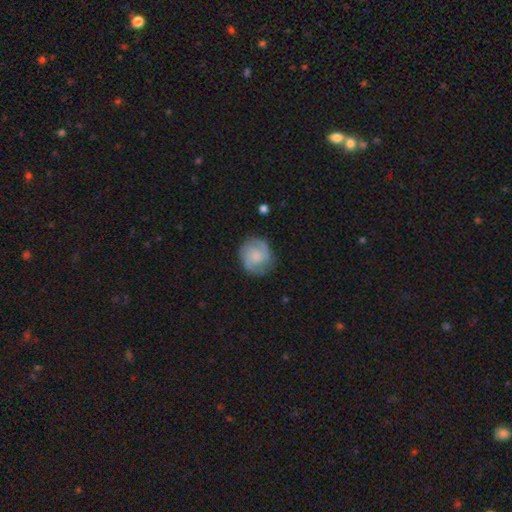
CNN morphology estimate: This appears to be a featured or disk galaxy (59%) with no bar (66%), 2 (36%) medium (46%) spiral arms (91%) and a small central bulge (40%). Merging: none (78%).